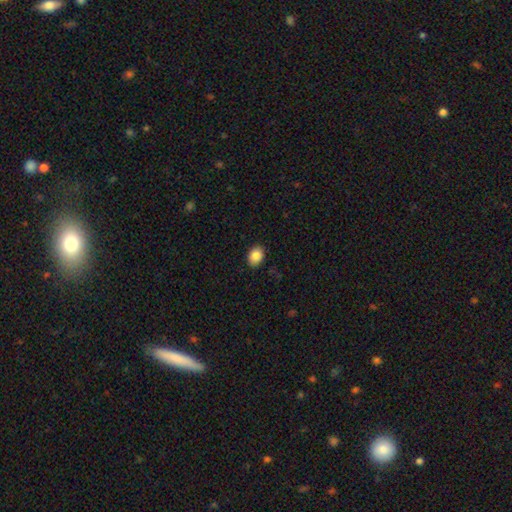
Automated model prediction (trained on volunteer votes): Smooth or featured? smooth (86%)
How rounded? in between (72%)
Merging? none (89%)